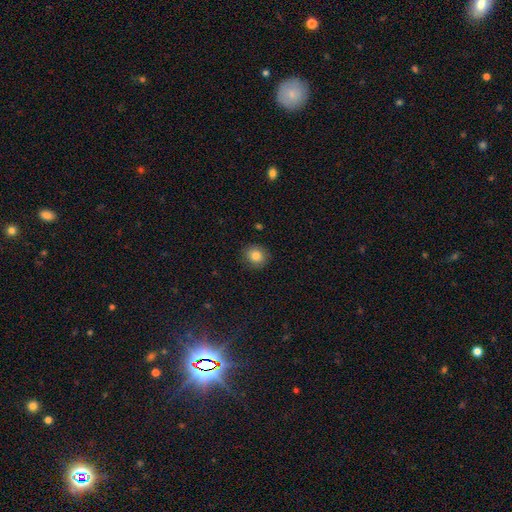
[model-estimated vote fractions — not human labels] Morphology: type=smooth (84%); roundness=round (78%); merging=none (88%).